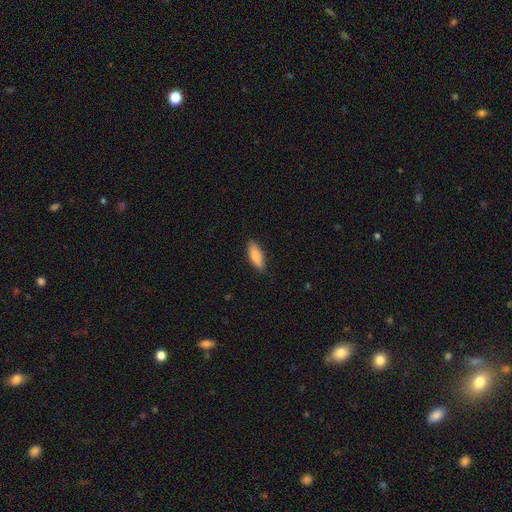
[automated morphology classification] The model was most divided on "how rounded": in between: 63%, cigar-shaped: 35%, round: 2%. More confident: merging — none (88%); smooth or featured — smooth (83%).